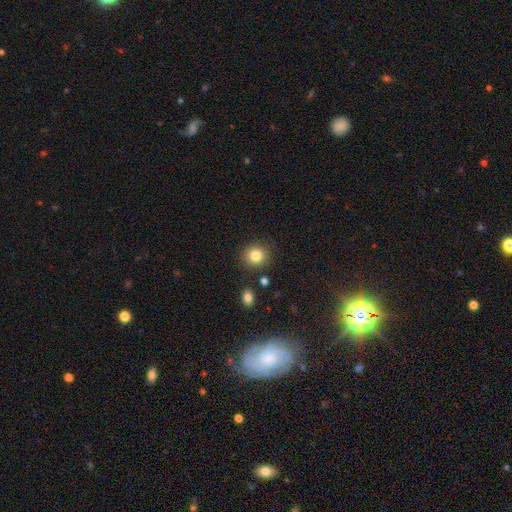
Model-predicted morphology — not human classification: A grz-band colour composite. It shows a smooth galaxy with no disk features (83%) that is round (85%). Merging: none (86%).